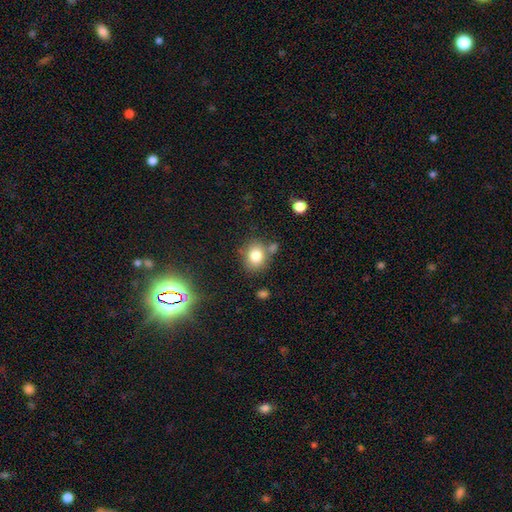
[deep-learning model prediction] This appears to be a smooth galaxy with no disk features (80%) that is round (65%). Merging: none (69%).